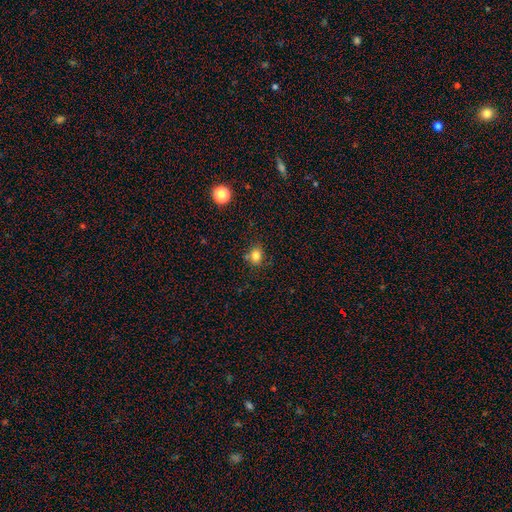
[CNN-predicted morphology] Smooth or featured: smooth — 80% (star or artifact — 13%)
How rounded: round — 65% (in between — 34%)
Merging: none — 73% (minor disturbance — 14%)